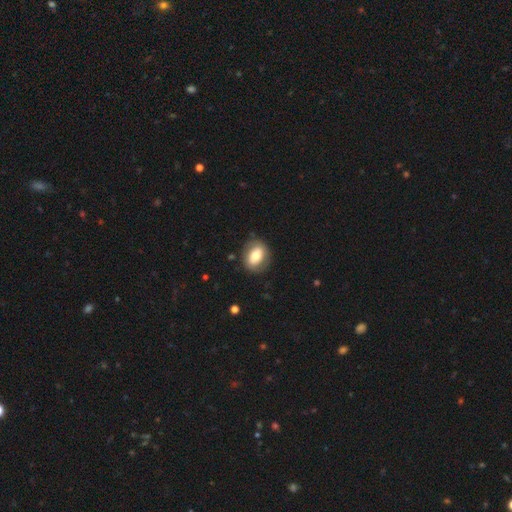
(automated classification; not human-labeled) Smooth or featured? smooth (69%)
How rounded? in between (68%)
Merging? none (80%)